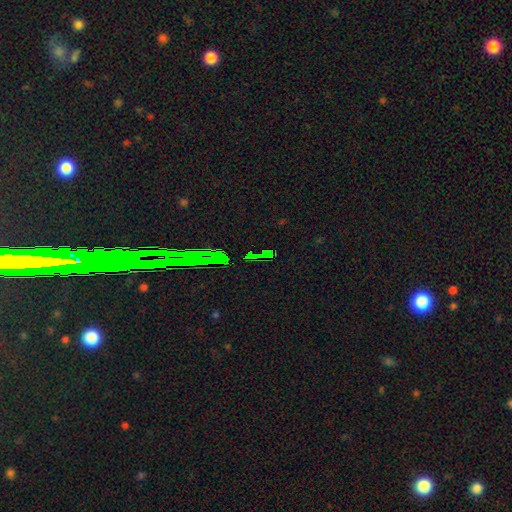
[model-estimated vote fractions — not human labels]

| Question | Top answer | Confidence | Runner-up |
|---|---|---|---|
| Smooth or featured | star or artifact | 73% | smooth (15%) |